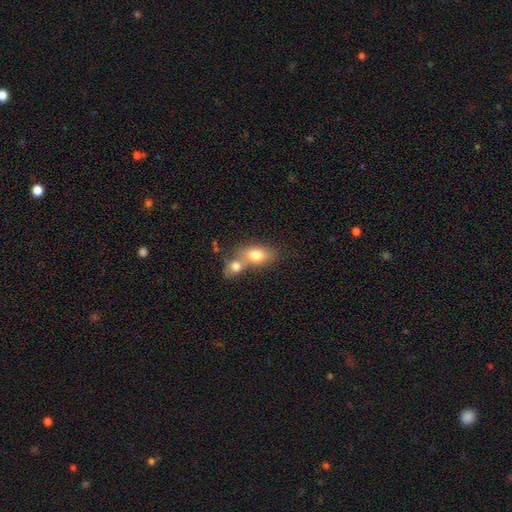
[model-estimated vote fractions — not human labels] A smooth galaxy with no disk features (76%) that is in between round and cigar-shaped (78%). Merging: merger (61%).